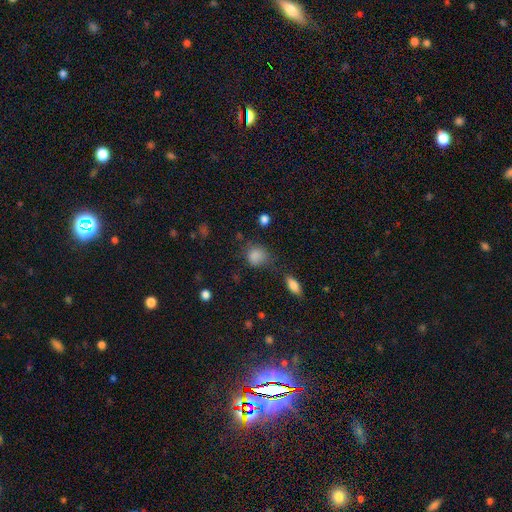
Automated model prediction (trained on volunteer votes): Smooth or featured?
  - smooth: 83% *
  - star or artifact: 12%
  - featured or disk: 6%
How rounded?
  - round: 70% *
  - in between: 28%
  - cigar-shaped: 2%
Merging?
  - none: 60% *
  - minor disturbance: 24%
  - major disturbance: 10%
  - merger: 6%